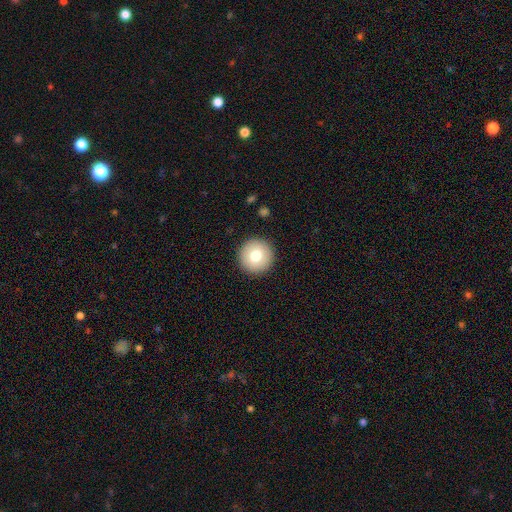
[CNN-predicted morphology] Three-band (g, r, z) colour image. It shows a smooth galaxy with no disk features (76%) that is round (96%). Merging: none (92%).